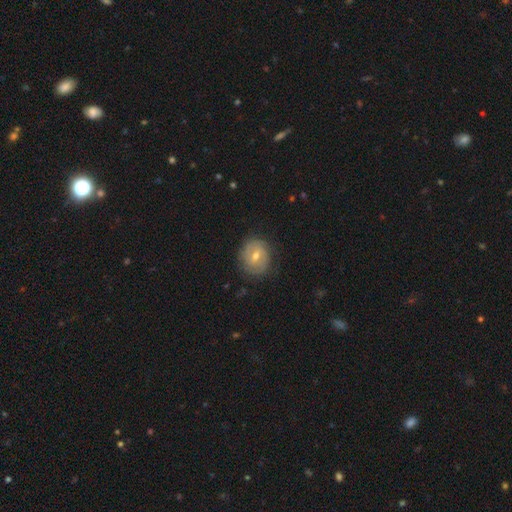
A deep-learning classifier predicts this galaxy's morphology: This appears to be a featured or disk galaxy (54%) with a weak bar (49%), spiral arms (64%) and a moderate central bulge (60%). Merging: none (80%).